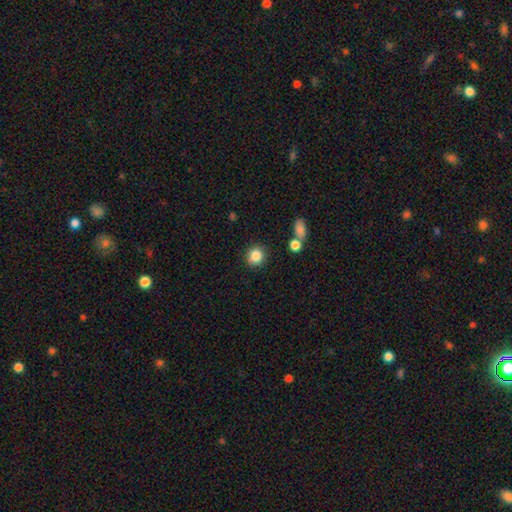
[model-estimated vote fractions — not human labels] This is clearly a smooth galaxy (85%). How rounded: clearly round (85%). Merging: clearly none (85%).